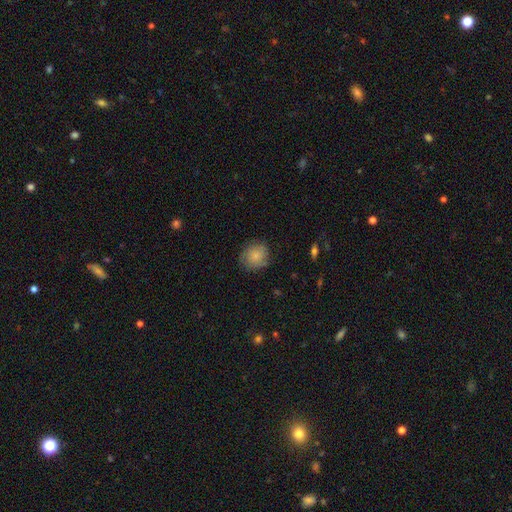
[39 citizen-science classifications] Overall: smooth (82%). How rounded: round (94%). Merging: none (81%).